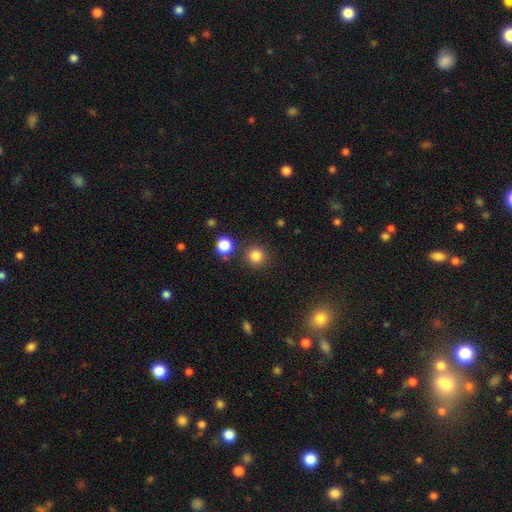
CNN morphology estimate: type=smooth (83%); roundness=round (94%); merging=none (86%).